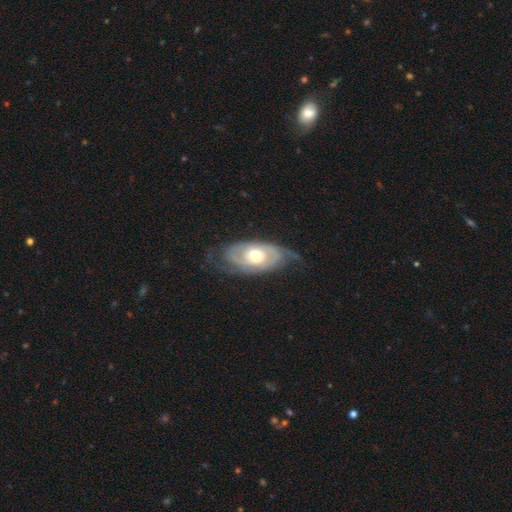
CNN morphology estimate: A featured or disk galaxy (81%) with no bar (75%), 2 (59%) tight (61%) spiral arms (88%) and a moderate central bulge (69%). Merging: none (66%).